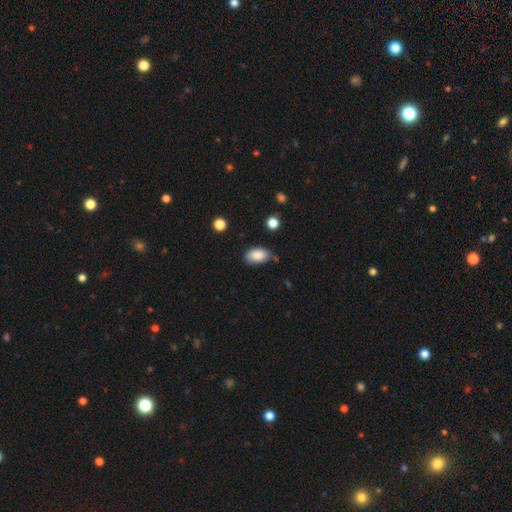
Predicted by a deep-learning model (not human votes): Q: Smooth or featured?
A: smooth (86%); runner-up: star or artifact (8%)
Q: How rounded?
A: in between (91%); runner-up: round (7%)
Q: Merging?
A: none (70%); runner-up: minor disturbance (22%)